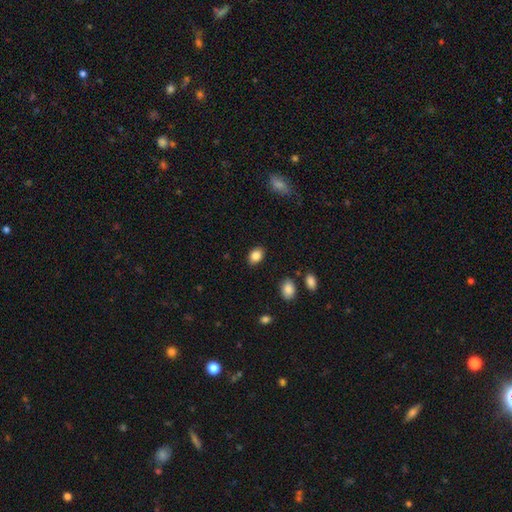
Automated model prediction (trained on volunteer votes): Smooth or featured?
  - smooth: 86% *
  - star or artifact: 9%
  - featured or disk: 5%
How rounded?
  - in between: 77% *
  - round: 22%
  - cigar-shaped: 1%
Merging?
  - none: 86% *
  - minor disturbance: 10%
  - major disturbance: 2%
  - merger: 1%